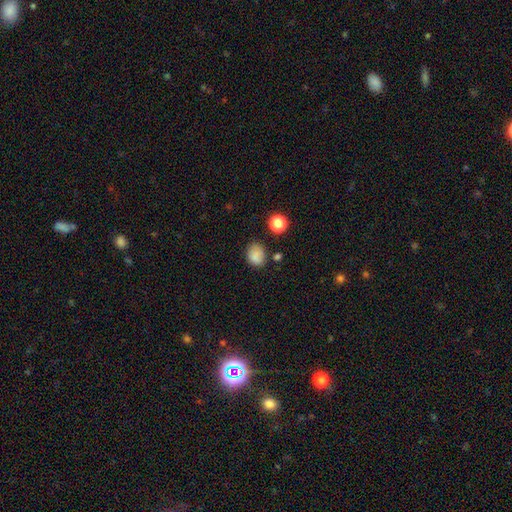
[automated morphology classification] This appears to be a smooth galaxy with no disk features (83%) that is round (50%). Merging: none (71%).